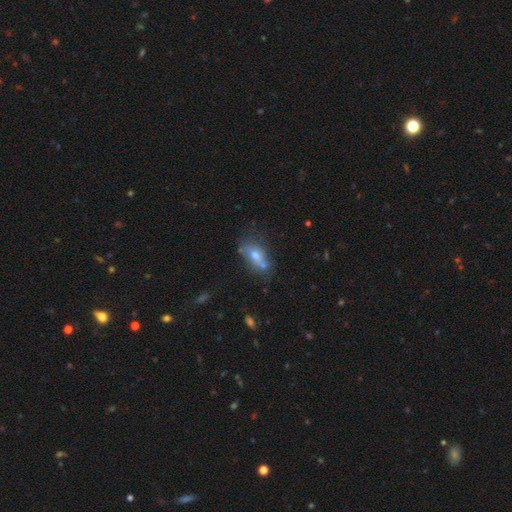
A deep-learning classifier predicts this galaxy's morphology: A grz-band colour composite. It shows a smooth galaxy with no disk features (56%) that is in between round and cigar-shaped (72%). Merging: none (43%).